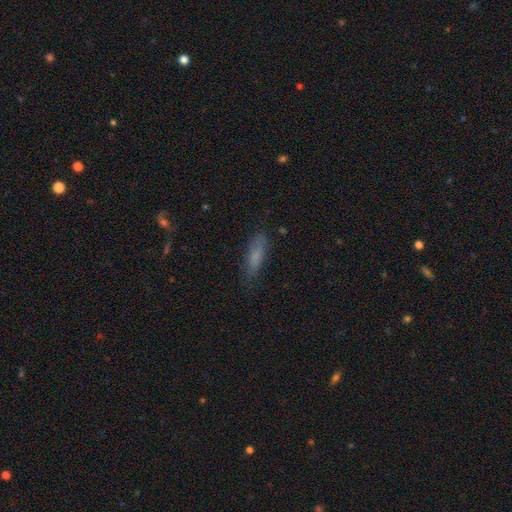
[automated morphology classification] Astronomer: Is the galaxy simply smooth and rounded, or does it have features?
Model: smooth — 73%.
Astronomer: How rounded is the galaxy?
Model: cigar-shaped — 63%.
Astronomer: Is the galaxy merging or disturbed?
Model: none — 76%.